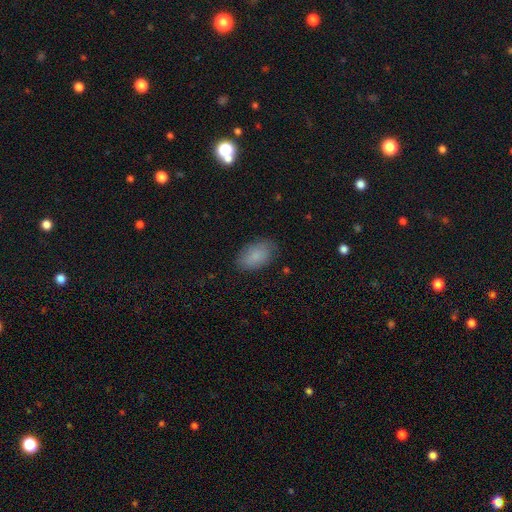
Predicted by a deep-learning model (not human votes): Q: Smooth or featured?
A: smooth (86%); runner-up: featured or disk (8%)
Q: How rounded?
A: in between (93%); runner-up: round (6%)
Q: Merging?
A: none (80%); runner-up: minor disturbance (15%)